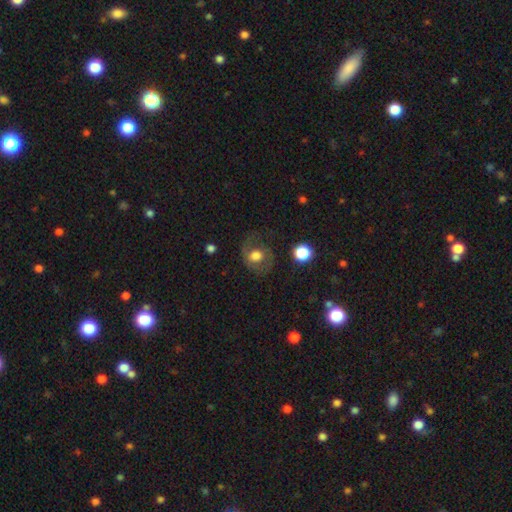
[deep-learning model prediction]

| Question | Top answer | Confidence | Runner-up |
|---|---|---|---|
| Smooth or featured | smooth | 53% | featured or disk (38%) |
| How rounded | round | 65% | in between (34%) |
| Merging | none | 60% | minor disturbance (20%) |